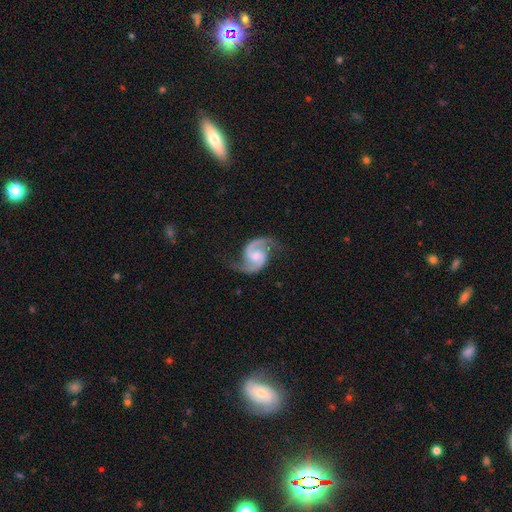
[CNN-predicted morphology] Smooth or featured?
  - featured or disk: 92% *
  - star or artifact: 4%
  - smooth: 4%
Edge-on disk?
  - no: 98% *
  - yes: 2%
Bar?
  - no: 51% *
  - weak: 40%
  - strong: 8%
Spiral arms?
  - yes: 98% *
  - no: 2%
Spiral winding?
  - medium: 57% *
  - loose: 31%
  - tight: 13%
Spiral arm count?
  - 2: 94% *
  - can't tell: 1%
  - 1: 1%
  - 3: 1%
  - 4: 1%
  - more than 4: 1%
Bulge size?
  - moderate: 51% *
  - small: 30%
  - none: 9%
  - large: 8%
  - dominant: 1%
Merging?
  - none: 75% *
  - minor disturbance: 16%
  - major disturbance: 7%
  - merger: 1%